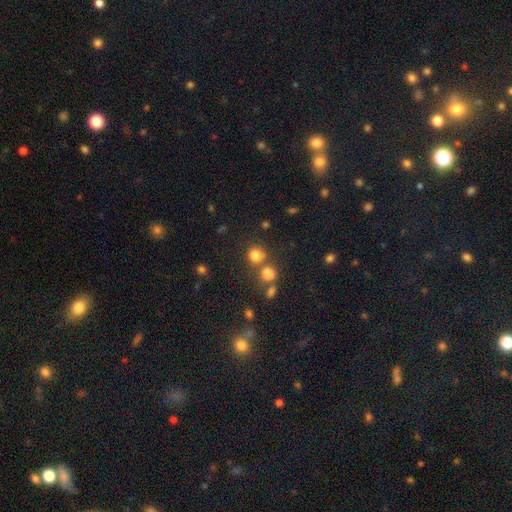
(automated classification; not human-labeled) Smooth or featured: smooth — 77% (star or artifact — 16%)
How rounded: round — 79% (in between — 20%)
Merging: none — 59% (merger — 26%)